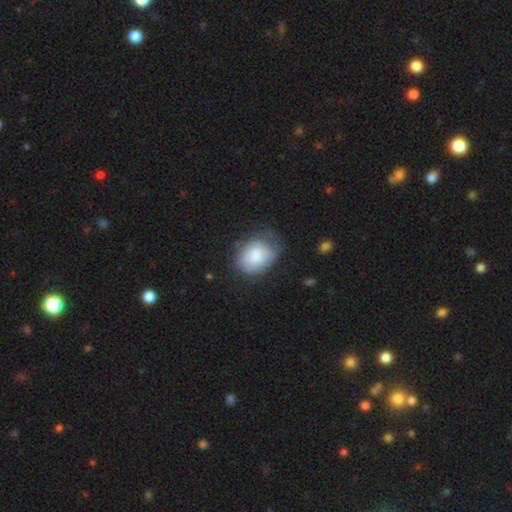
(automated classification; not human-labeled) Overall: smooth (70%). How rounded: in between (53%; round 46%). Merging: none (45%; minor disturbance 34%).